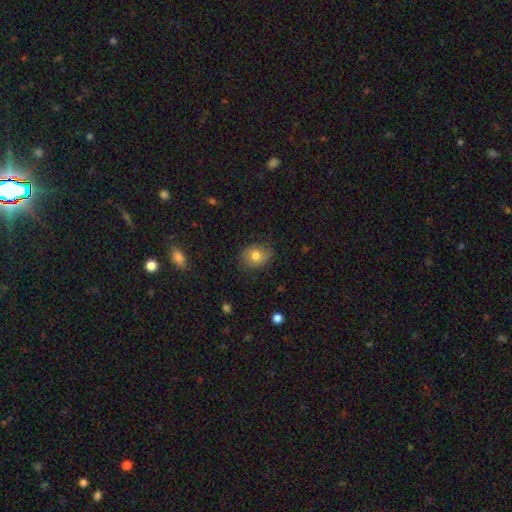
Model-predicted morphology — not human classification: This appears to be a smooth galaxy with no disk features (77%) that is in between round and cigar-shaped (50%). Merging: none (76%).